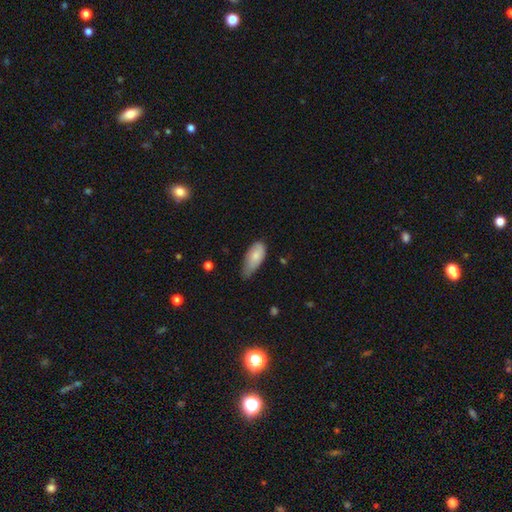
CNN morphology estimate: A smooth galaxy with no disk features (79%) that is in between round and cigar-shaped (89%). Merging: minor disturbance (54%).